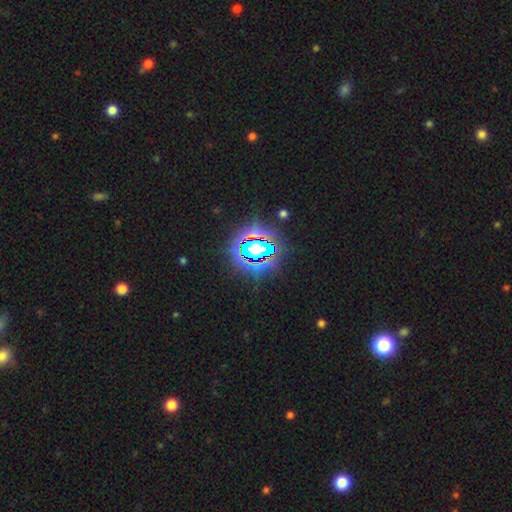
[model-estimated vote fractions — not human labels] Smooth or featured? star or artifact (81%)